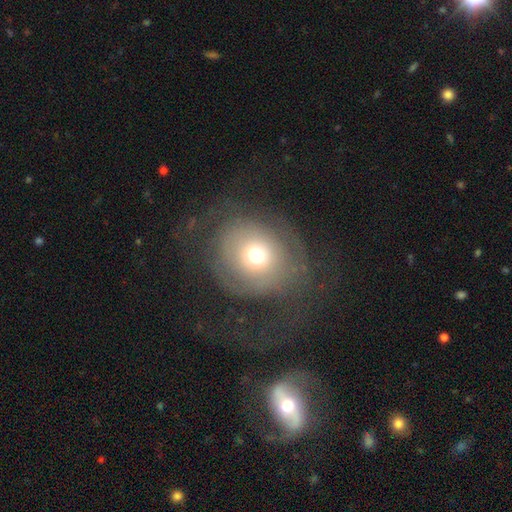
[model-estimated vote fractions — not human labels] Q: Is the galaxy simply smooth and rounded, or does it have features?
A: smooth — 51%.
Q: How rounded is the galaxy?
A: round — 81%.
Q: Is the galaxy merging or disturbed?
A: none — 55%.